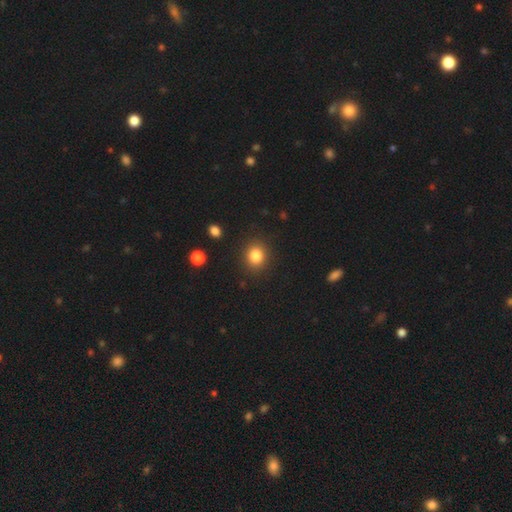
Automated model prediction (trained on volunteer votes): Smooth or featured: smooth — 84% (star or artifact — 11%)
How rounded: round — 78% (in between — 21%)
Merging: none — 89% (minor disturbance — 7%)